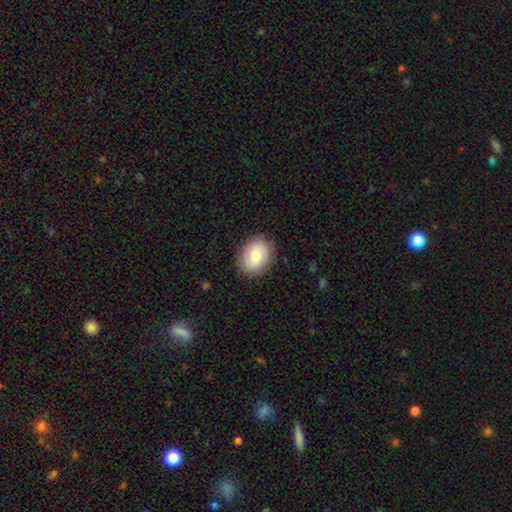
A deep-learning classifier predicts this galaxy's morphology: Smooth or featured: smooth — 72% (featured or disk — 21%)
How rounded: in between — 50% (round — 49%)
Merging: none — 86% (minor disturbance — 10%)